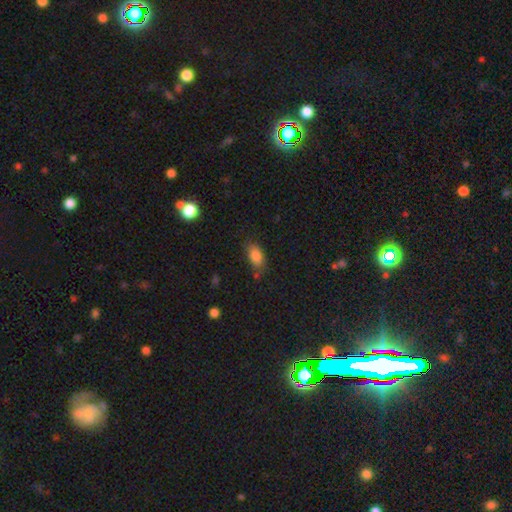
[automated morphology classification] Smooth or featured: smooth — 85% (star or artifact — 9%)
How rounded: in between — 88% (round — 8%)
Merging: none — 71% (minor disturbance — 20%)